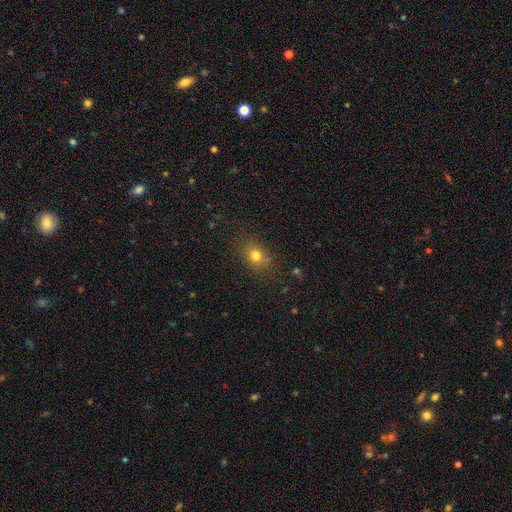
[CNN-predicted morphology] A smooth galaxy with no disk features (77%) that is in between round and cigar-shaped (54%). Merging: none (77%).